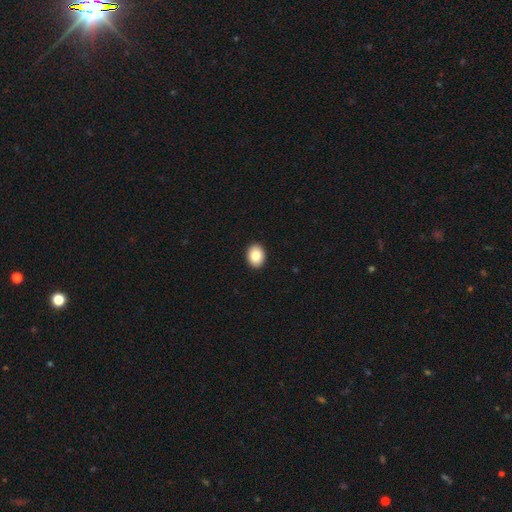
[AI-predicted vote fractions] Smooth or featured? Predicted: smooth (p=0.84). How rounded? Predicted: in between (p=0.62). Merging? Predicted: none (p=0.92).